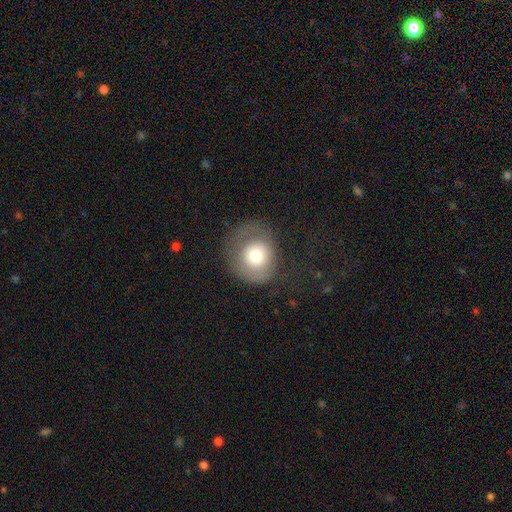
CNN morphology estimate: Q: Smooth or featured?
A: smooth (68%); runner-up: featured or disk (23%)
Q: How rounded?
A: round (78%); runner-up: in between (21%)
Q: Merging?
A: none (51%); runner-up: major disturbance (26%)